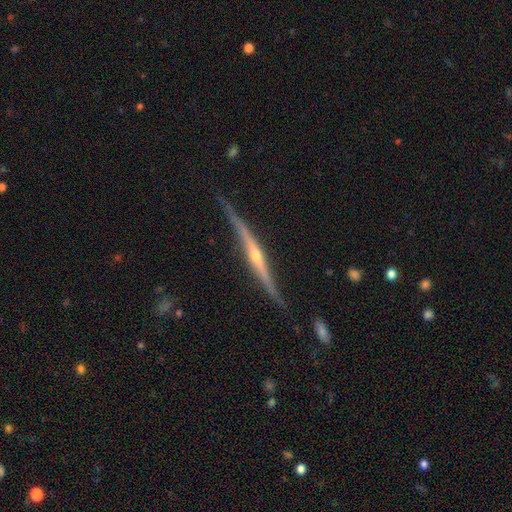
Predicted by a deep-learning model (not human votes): Q: Smooth or featured?
A: featured or disk (86%); runner-up: smooth (8%)
Q: Edge-on disk?
A: yes (96%); runner-up: no (4%)
Q: Edge-on bulge?
A: rounded (84%); runner-up: none (12%)
Q: Merging?
A: none (76%); runner-up: minor disturbance (19%)